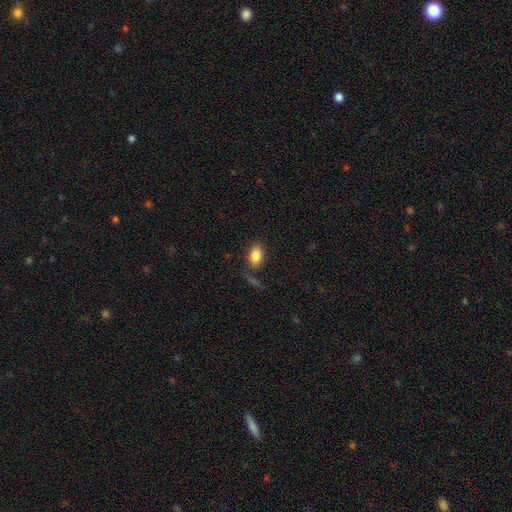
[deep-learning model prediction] smooth 85%, star or artifact 8%, featured or disk 7%. Down the decision tree: how rounded — in between (87%); merging — none (77%).